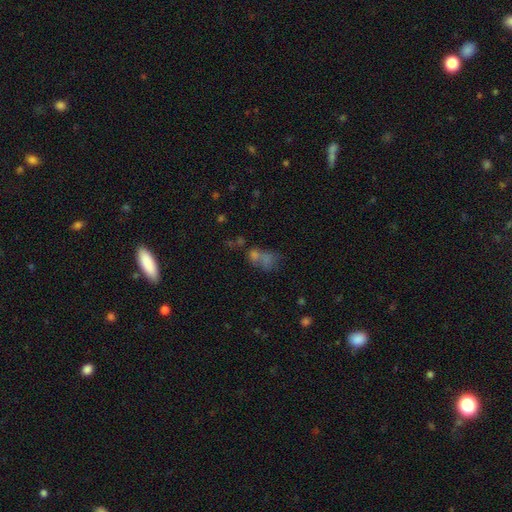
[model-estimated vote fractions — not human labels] This appears to be a smooth galaxy with no disk features (52%) that is in between round and cigar-shaped (58%). Merging: merger (44%).